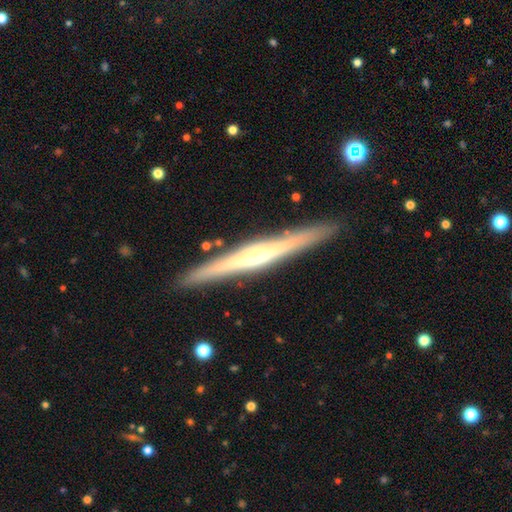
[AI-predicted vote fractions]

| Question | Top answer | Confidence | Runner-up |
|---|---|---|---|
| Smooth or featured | featured or disk | 75% | smooth (20%) |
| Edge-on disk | yes | 97% | no (3%) |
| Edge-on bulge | rounded | 74% | none (16%) |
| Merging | none | 90% | minor disturbance (7%) |